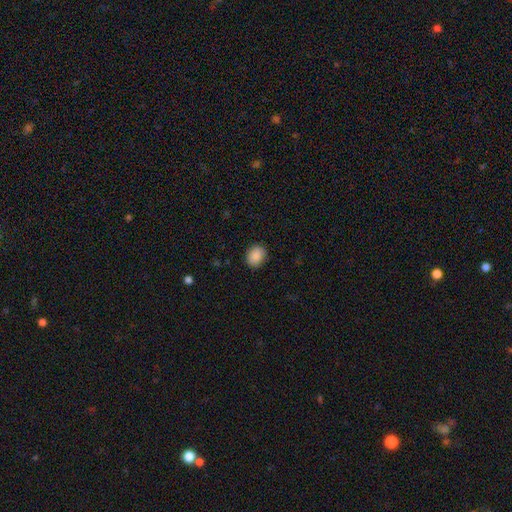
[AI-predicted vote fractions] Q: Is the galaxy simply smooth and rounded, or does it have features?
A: smooth — 89%.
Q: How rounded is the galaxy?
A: in between — 52%.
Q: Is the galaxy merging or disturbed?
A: none — 87%.